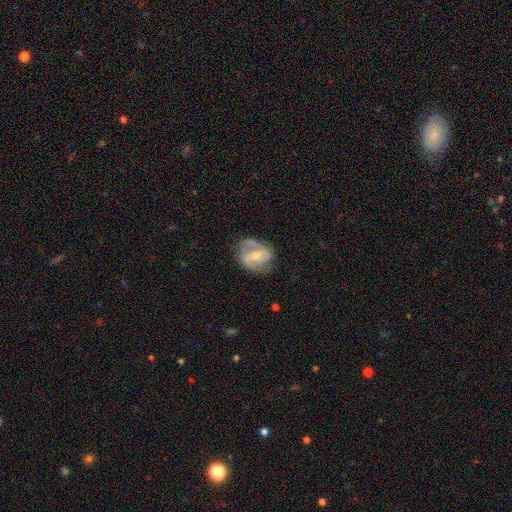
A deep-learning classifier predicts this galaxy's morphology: Smooth or featured: featured or disk — 81% (smooth — 14%)
Edge-on disk: no — 97% (yes — 3%)
Bar: weak — 44% (no — 32%)
Spiral arms: yes — 93% (no — 7%)
Spiral winding: medium — 52% (tight — 31%)
Spiral arm count: 2 — 79% (can't tell — 8%)
Bulge size: small — 51% (moderate — 43%)
Merging: none — 66% (minor disturbance — 22%)